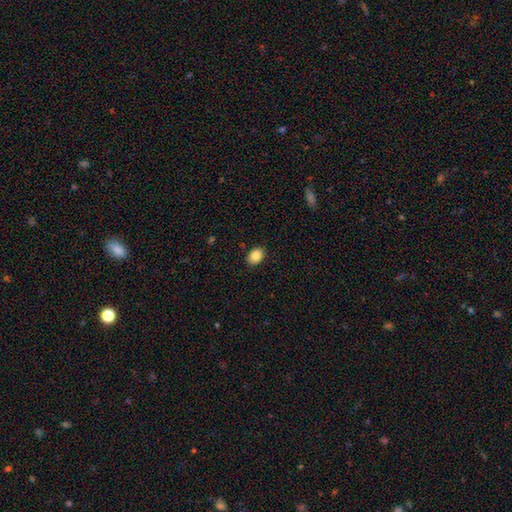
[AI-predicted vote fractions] smooth_or_featured: smooth (p=0.86) [alt: star or artifact p=0.08]
how_rounded: in between (p=0.71) [alt: round p=0.28]
merging: none (p=0.89) [alt: minor disturbance p=0.08]